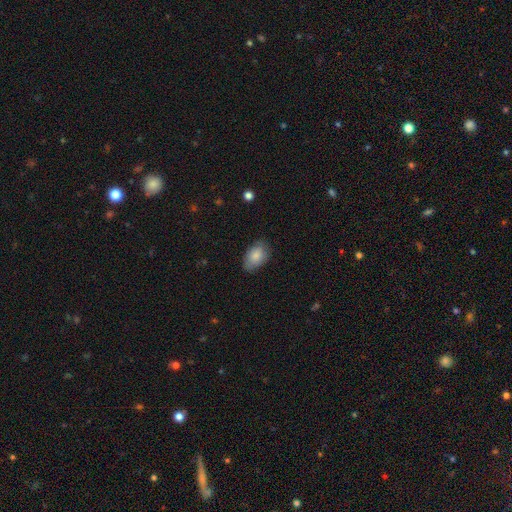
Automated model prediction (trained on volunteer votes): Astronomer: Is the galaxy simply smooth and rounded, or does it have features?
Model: smooth — 84%.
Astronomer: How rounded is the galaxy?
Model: in between — 91%.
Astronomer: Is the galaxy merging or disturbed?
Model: none — 75%.